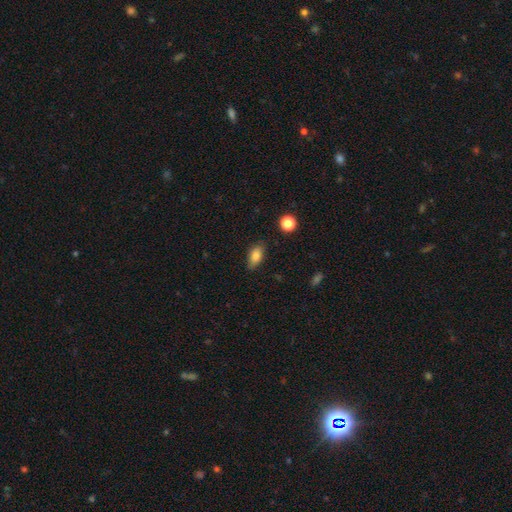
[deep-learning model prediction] smooth 82%, featured or disk 9%, star or artifact 9%. Down the decision tree: how rounded — in between (87%); merging — none (82%).